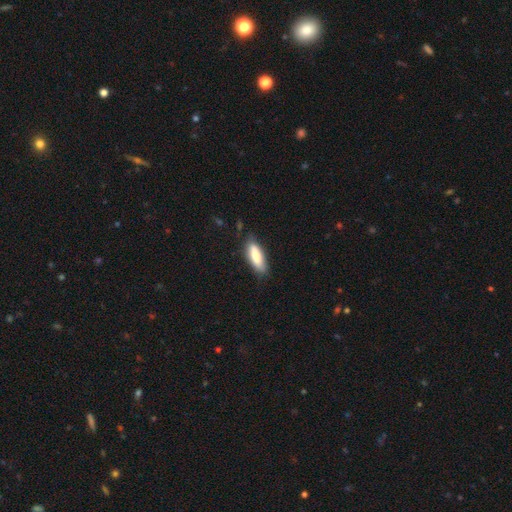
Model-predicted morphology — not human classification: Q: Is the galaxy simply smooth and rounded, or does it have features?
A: smooth — 80%.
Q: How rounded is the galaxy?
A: in between — 61%.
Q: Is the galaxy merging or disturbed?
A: none — 76%.